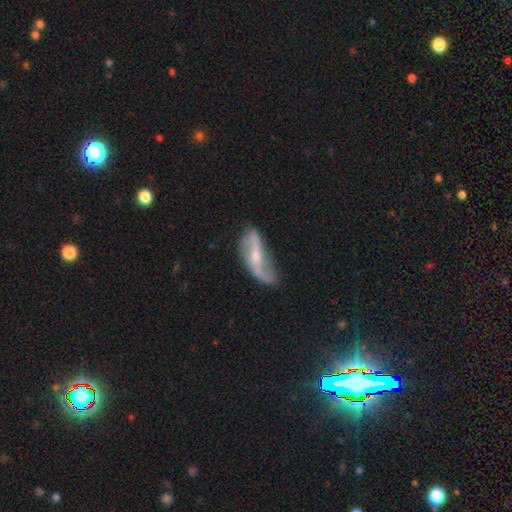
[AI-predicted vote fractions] This is likely a featured or disk galaxy (79%). It is clearly not viewed edge-on (90%). Bar: marginally weak (41%). Spiral arm pattern: clearly yes (91%). Spiral arm count: clearly 2 (89%). Spiral winding: likely loose (79%). Central bulge: possibly small (50%). Merging: likely none (62%).